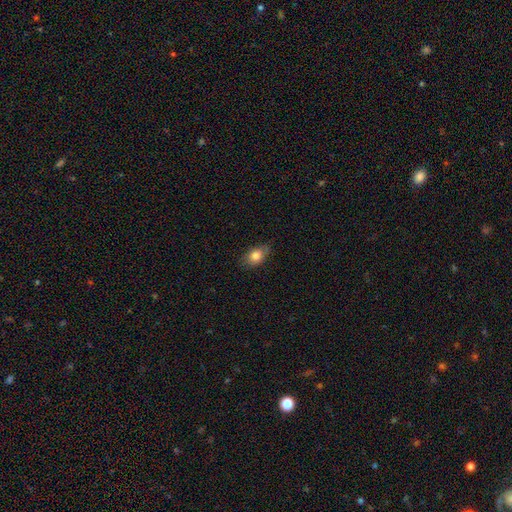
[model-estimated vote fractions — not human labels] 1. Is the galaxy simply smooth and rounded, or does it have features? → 81% smooth, 11% featured or disk, 8% star or artifact.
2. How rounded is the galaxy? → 78% in between, 19% round, 3% cigar-shaped.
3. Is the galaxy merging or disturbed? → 73% none, 22% minor disturbance, 4% major disturbance, 1% merger.